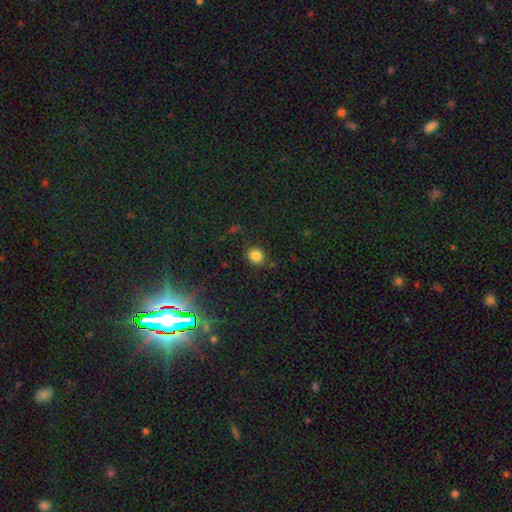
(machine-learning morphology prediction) smooth 83%, star or artifact 12%, featured or disk 5%. Down the decision tree: how rounded — round (72%); merging — none (83%).